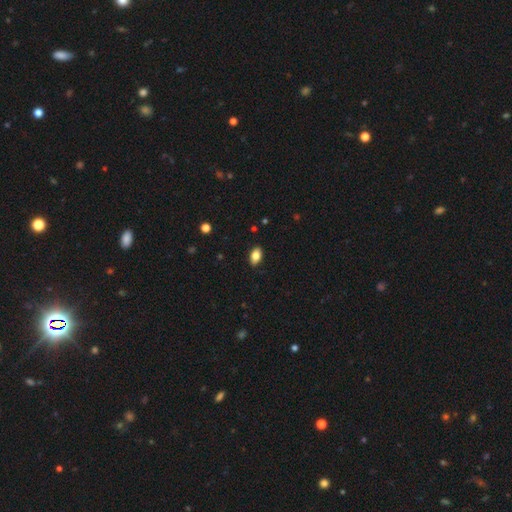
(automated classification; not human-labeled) Overall: smooth (82%). How rounded: in between (90%). Merging: none (88%).